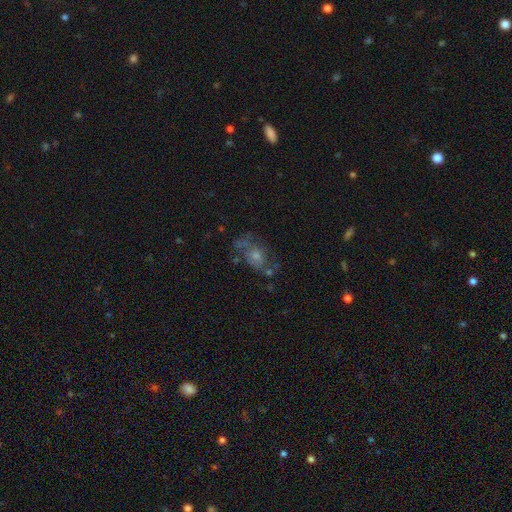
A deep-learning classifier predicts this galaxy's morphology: A featured or disk galaxy (53%) with no bar (81%), spiral arms (62%) and a moderate central bulge (48%).

Vote fractions:
- Smooth or featured? featured or disk: 53% / smooth: 27% / star or artifact: 20%
- Edge-on disk? no: 95% / yes: 5%
- Bar? no: 81% / weak: 16% / strong: 3%
- Spiral arms? yes: 62% / no: 38%
- Bulge size? moderate: 48% / small: 36% / large: 8% / none: 6% / dominant: 2%
- Merging? none: 55% / minor disturbance: 20% / major disturbance: 18% / merger: 8%